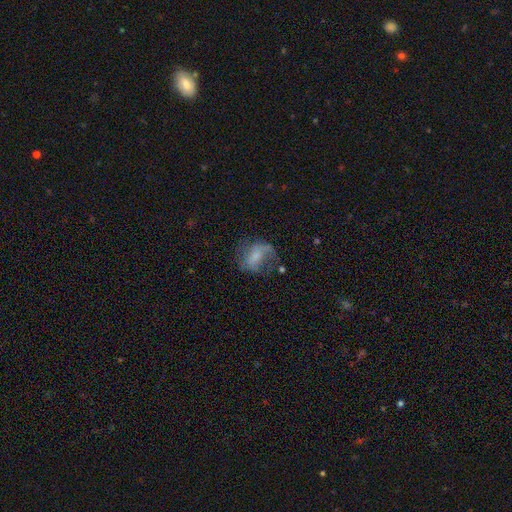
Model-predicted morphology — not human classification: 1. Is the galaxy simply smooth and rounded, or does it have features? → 52% featured or disk, 38% smooth, 10% star or artifact.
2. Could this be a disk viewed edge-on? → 96% no, 4% yes.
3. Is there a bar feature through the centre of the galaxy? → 42% no (tied), 42% weak (tied), 16% strong.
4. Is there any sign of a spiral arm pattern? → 73% yes, 27% no.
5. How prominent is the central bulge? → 33% moderate (tied), 33% small (tied), 23% none, 9% large, 2% dominant.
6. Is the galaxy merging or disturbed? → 43% none, 30% major disturbance, 24% minor disturbance, 3% merger.